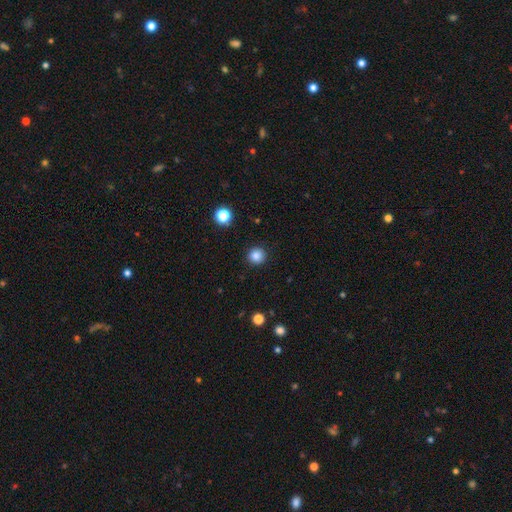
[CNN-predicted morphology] A smooth galaxy with no disk features (85%) that is round (95%). Merging: none (92%).